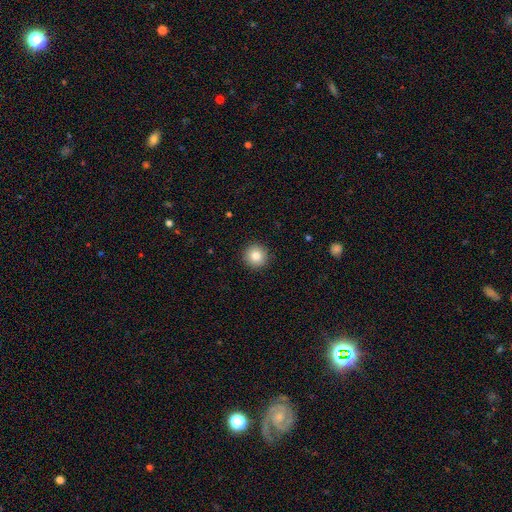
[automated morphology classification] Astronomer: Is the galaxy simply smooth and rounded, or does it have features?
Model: smooth — 82%.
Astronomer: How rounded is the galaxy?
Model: round — 96%.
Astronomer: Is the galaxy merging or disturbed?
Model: none — 92%.